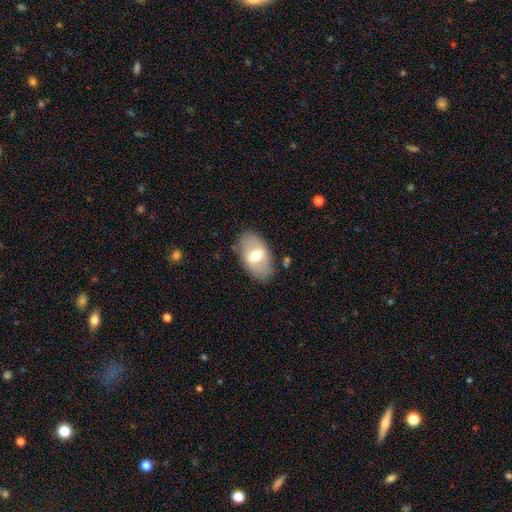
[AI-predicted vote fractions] Smooth or featured? smooth (49%)
Merging? none (80%)